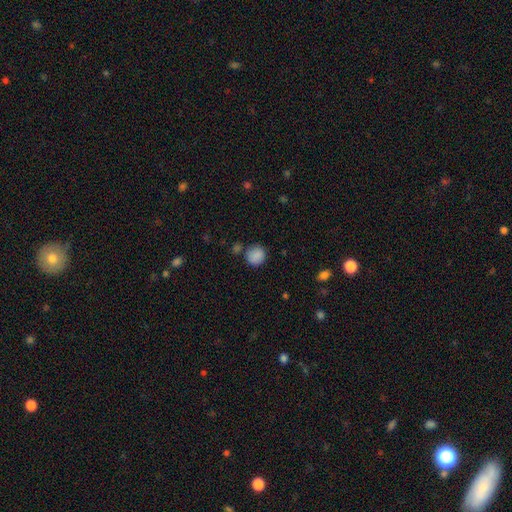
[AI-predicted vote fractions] Smooth or featured: smooth — 87% (star or artifact — 9%)
How rounded: round — 84% (in between — 15%)
Merging: none — 75% (minor disturbance — 14%)